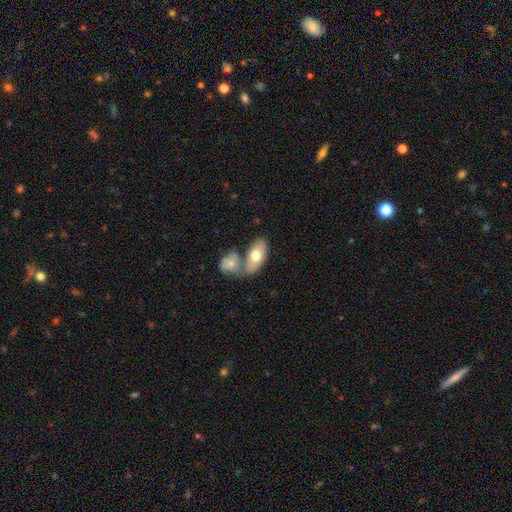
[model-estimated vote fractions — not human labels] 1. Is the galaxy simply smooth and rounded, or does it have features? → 70% smooth, 25% featured or disk, 5% star or artifact.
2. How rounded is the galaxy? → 91% in between, 5% cigar-shaped, 4% round.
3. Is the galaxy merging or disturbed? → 50% merger, 36% none, 10% minor disturbance, 4% major disturbance.